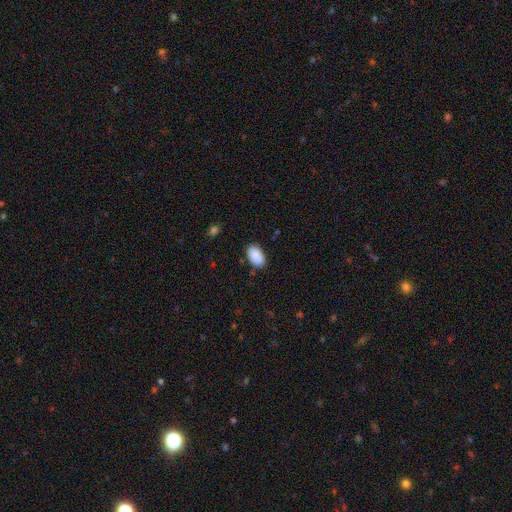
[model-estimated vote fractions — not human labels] Smooth or featured?
  - smooth: 89% *
  - star or artifact: 7%
  - featured or disk: 4%
How rounded?
  - in between: 92% *
  - round: 7%
  - cigar-shaped: 1%
Merging?
  - none: 80% *
  - minor disturbance: 15%
  - major disturbance: 3%
  - merger: 2%